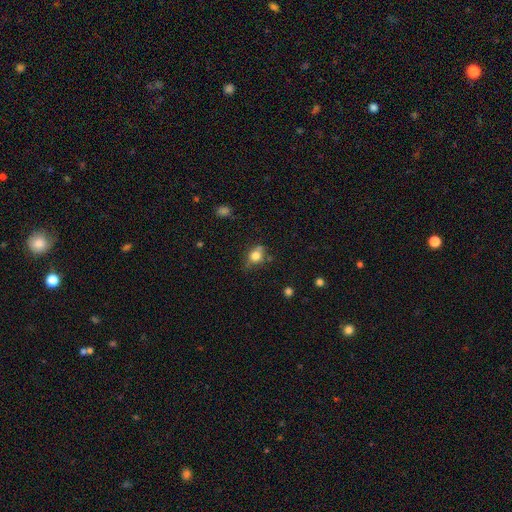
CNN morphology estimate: smooth-or-featured: smooth: 76% | featured or disk: 13% | star or artifact: 11%
  how-rounded: round: 49% (tied) | in between: 49% (tied) | cigar-shaped: 2%
  merging: none: 60% | minor disturbance: 27% | major disturbance: 7% | merger: 6%